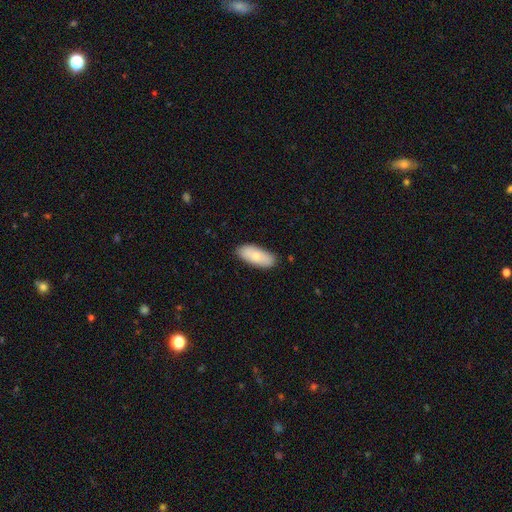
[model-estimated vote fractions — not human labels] Overall: smooth (75%). How rounded: in between (85%). Merging: none (86%).